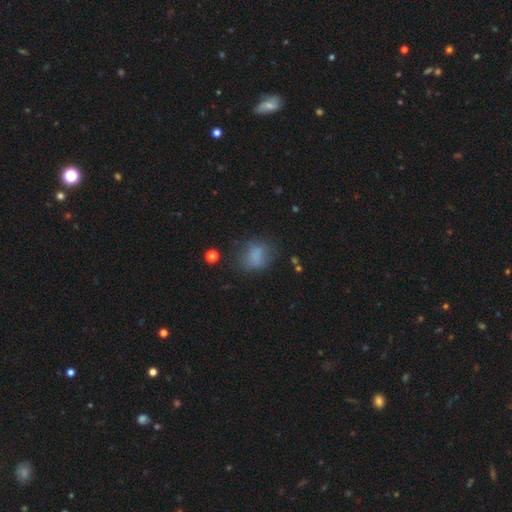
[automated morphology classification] Smooth or featured?
  - smooth: 75% *
  - star or artifact: 13%
  - featured or disk: 12%
How rounded?
  - round: 51% *
  - in between: 48%
  - cigar-shaped: 2%
Merging?
  - none: 60% *
  - minor disturbance: 23%
  - major disturbance: 13%
  - merger: 3%